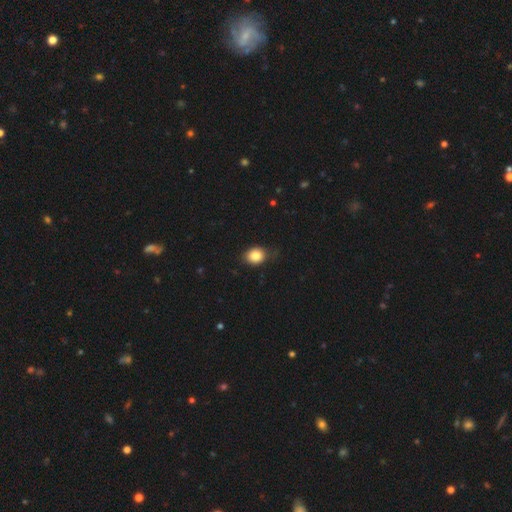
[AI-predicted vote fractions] smooth-or-featured: smooth: 83% | star or artifact: 9% | featured or disk: 7%
  how-rounded: round: 53% | in between: 46% | cigar-shaped: 1%
  merging: none: 74% | minor disturbance: 21% | major disturbance: 4% | merger: 1%